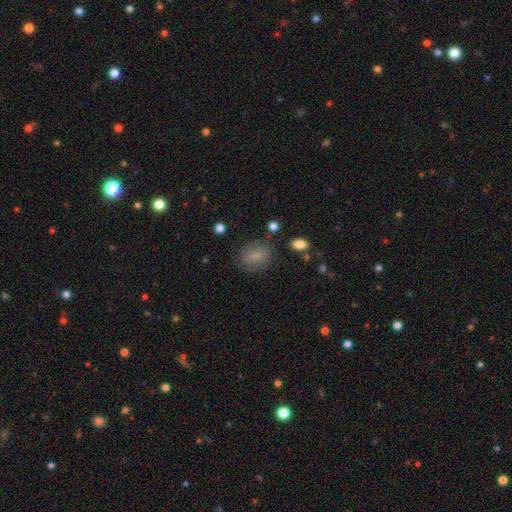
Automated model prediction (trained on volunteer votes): smooth 70%, featured or disk 20%, star or artifact 10%. Down the decision tree: how rounded — in between (57%); merging — none (73%).